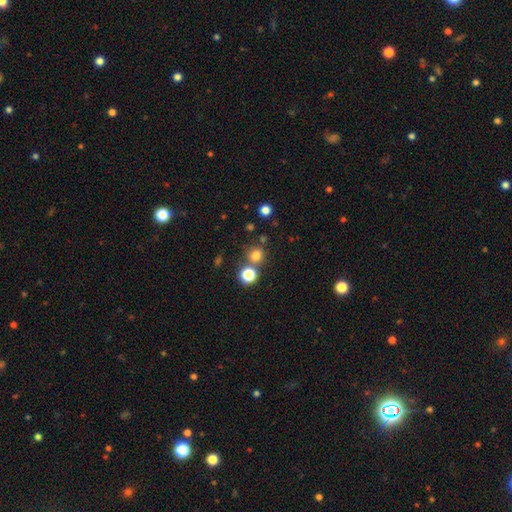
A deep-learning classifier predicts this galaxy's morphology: The model was most divided on "merging": none: 71%, merger: 17%, minor disturbance: 8%, major disturbance: 4%. More confident: how rounded — round (89%); smooth or featured — smooth (75%).